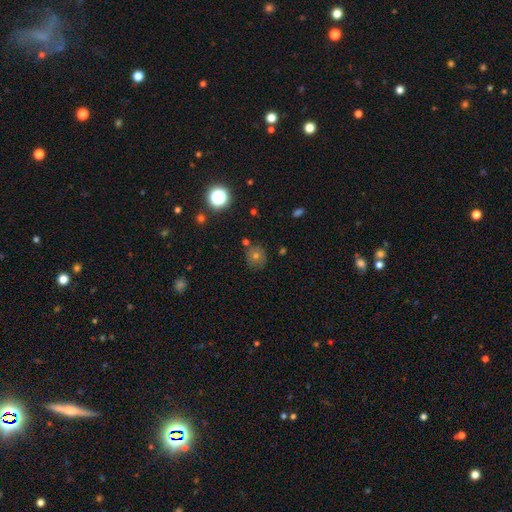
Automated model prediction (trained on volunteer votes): Morphology: type=smooth (60%); roundness=round (87%); merging=none (80%).